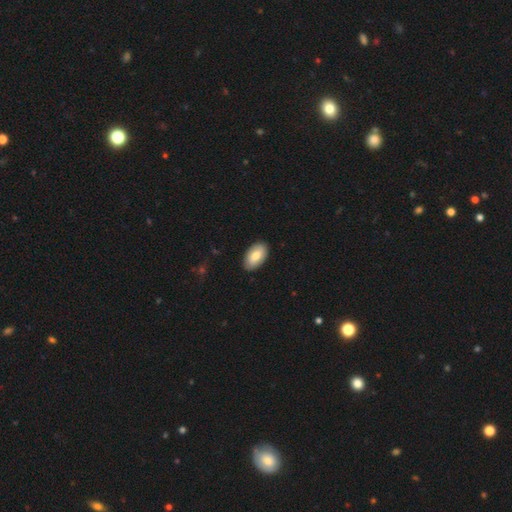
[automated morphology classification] Q: Smooth or featured?
A: smooth (78%); runner-up: featured or disk (16%)
Q: How rounded?
A: in between (95%); runner-up: round (3%)
Q: Merging?
A: none (89%); runner-up: minor disturbance (8%)